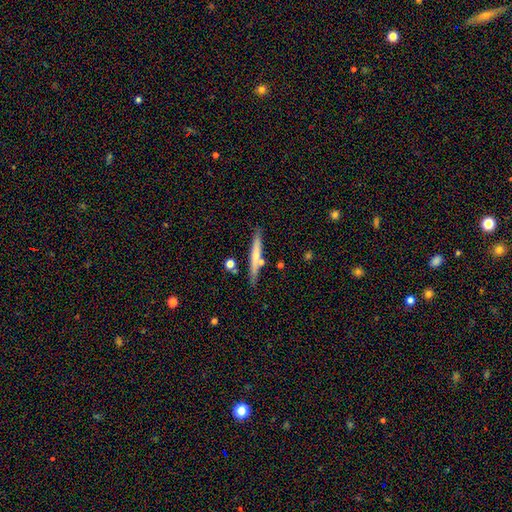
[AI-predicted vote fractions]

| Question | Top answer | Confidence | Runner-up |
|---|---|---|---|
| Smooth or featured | smooth | 56% | featured or disk (38%) |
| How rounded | cigar-shaped | 94% | in between (5%) |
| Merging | none | 78% | minor disturbance (12%) |